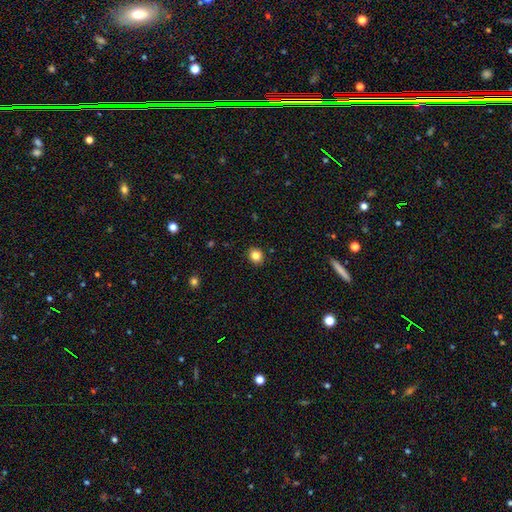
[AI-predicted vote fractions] Overall: smooth (84%). How rounded: round (74%). Merging: none (90%).